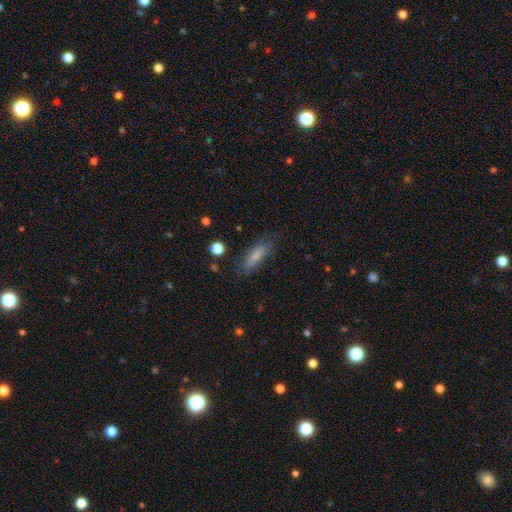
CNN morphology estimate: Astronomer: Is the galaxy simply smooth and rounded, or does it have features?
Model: smooth — 71%.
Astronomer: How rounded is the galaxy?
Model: in between — 53% (runner-up: cigar-shaped, 44%).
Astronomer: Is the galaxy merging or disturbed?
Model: none — 78%.